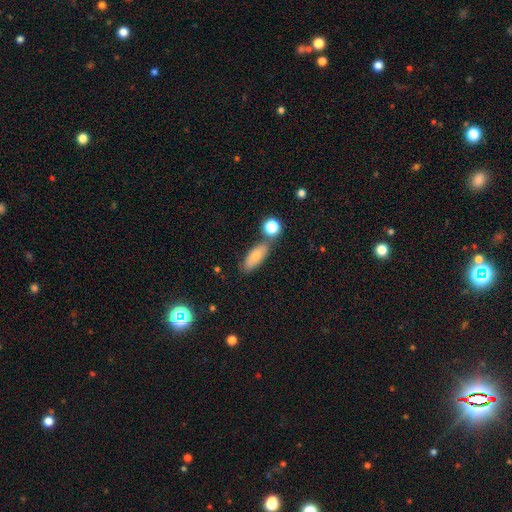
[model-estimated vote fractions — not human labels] Q: Smooth or featured?
A: smooth (76%); runner-up: featured or disk (16%)
Q: How rounded?
A: in between (74%); runner-up: cigar-shaped (21%)
Q: Merging?
A: none (64%); runner-up: merger (17%)